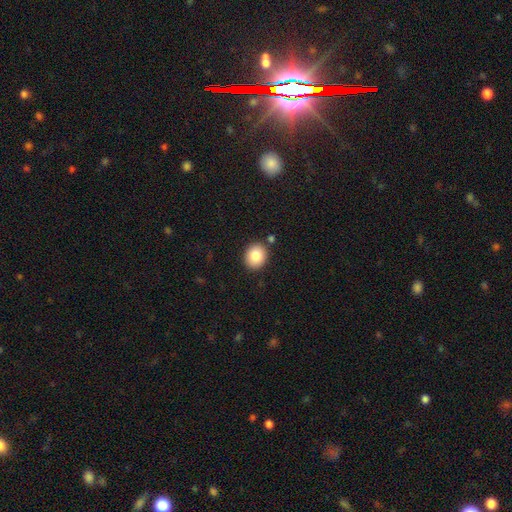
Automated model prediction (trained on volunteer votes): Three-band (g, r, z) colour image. It shows a smooth galaxy with no disk features (83%) that is round (69%). Merging: none (86%).